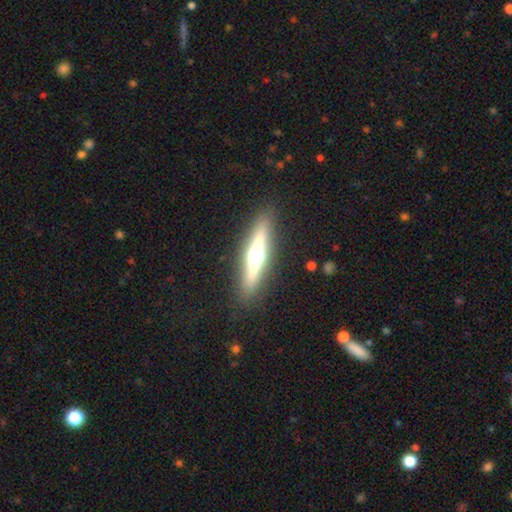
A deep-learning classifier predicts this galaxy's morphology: smooth-or-featured: featured or disk: 67% | smooth: 25% | star or artifact: 8%
  disk-edge-on: yes: 95% | no: 5%
    edge-on-bulge: rounded: 95% | boxy: 3% | none: 2%
  merging: none: 89% | minor disturbance: 7% | major disturbance: 3% | merger: 1%